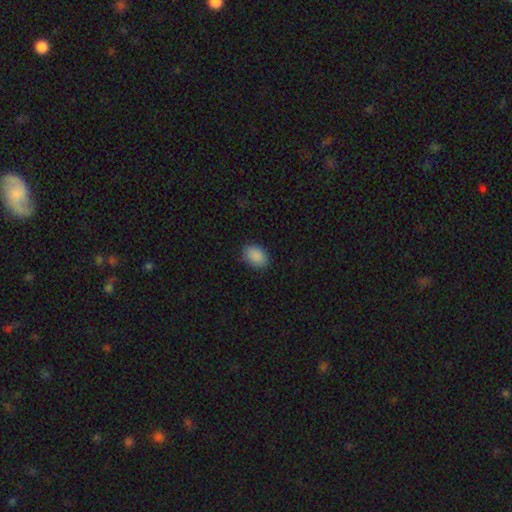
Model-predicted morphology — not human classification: A smooth galaxy with no disk features (89%) that is in between round and cigar-shaped (75%). Merging: none (86%).